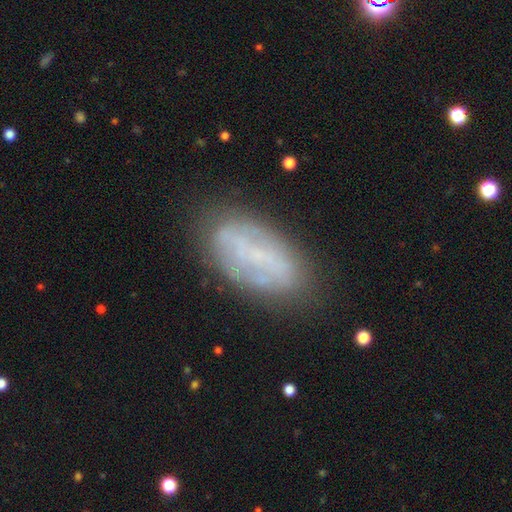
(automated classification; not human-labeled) This is possibly a featured or disk galaxy (55%). It is clearly not viewed edge-on (91%). Merging: likely none (74%).